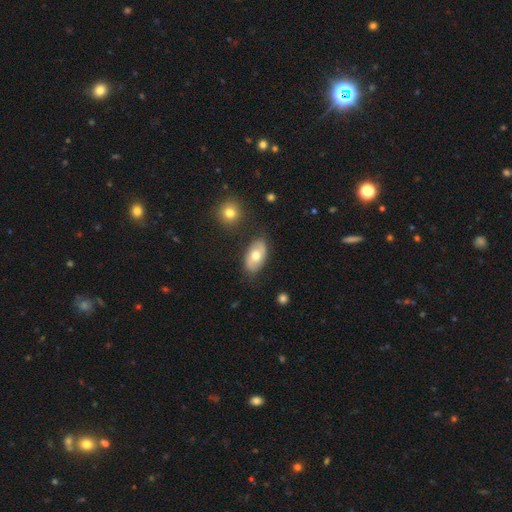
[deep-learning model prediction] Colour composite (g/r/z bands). It shows a smooth galaxy with no disk features (60%) that is in between round and cigar-shaped (92%). Merging: none (80%).